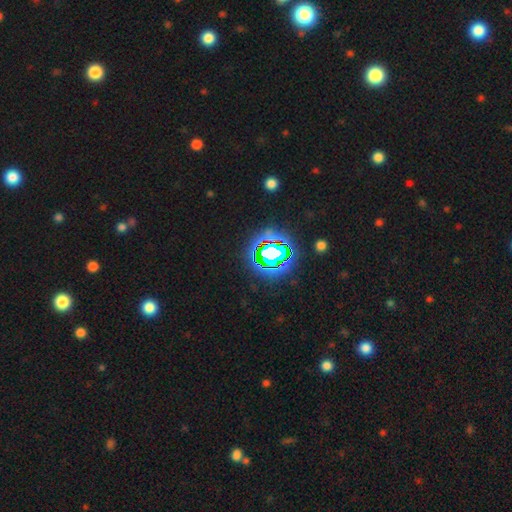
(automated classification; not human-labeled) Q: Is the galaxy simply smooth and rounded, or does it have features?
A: star or artifact — 80%.